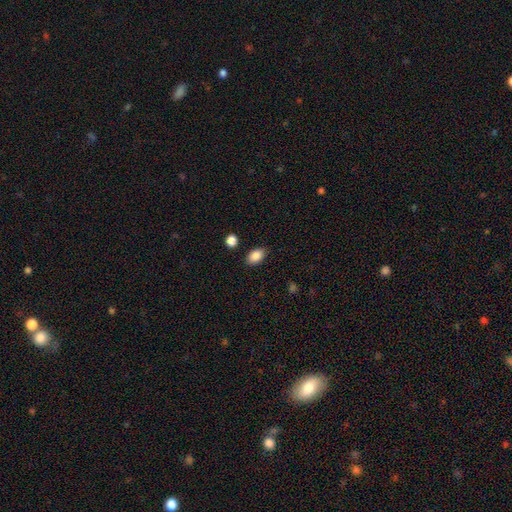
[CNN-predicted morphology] type=smooth (88%); roundness=in between (87%); merging=none (85%).